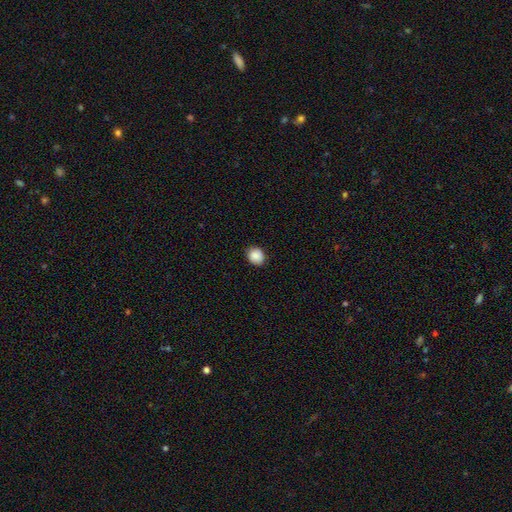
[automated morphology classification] This is clearly a smooth galaxy (88%). How rounded: likely round (71%). Merging: clearly none (89%).